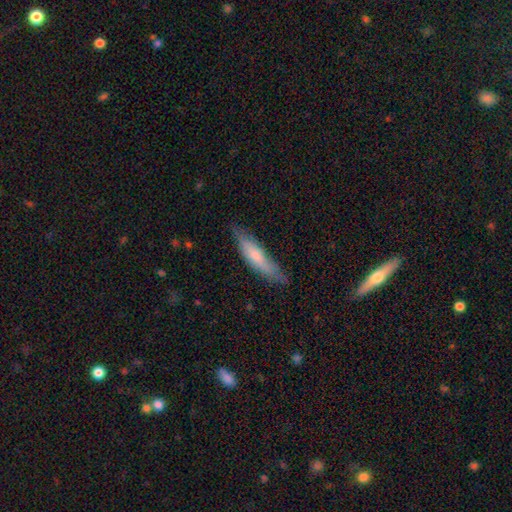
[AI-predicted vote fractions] smooth-or-featured: smooth: 64% | featured or disk: 30% | star or artifact: 6%
  how-rounded: cigar-shaped: 79% | in between: 20% | round: 1%
  merging: none: 67% | minor disturbance: 25% | major disturbance: 6% | merger: 2%